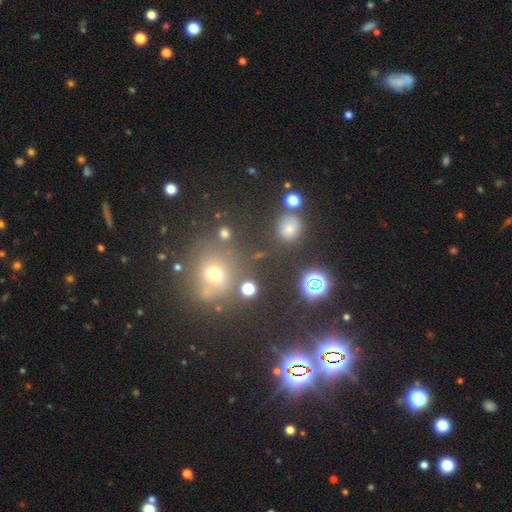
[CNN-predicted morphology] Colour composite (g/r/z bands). It shows a star or artifact, not a galaxy (50%).